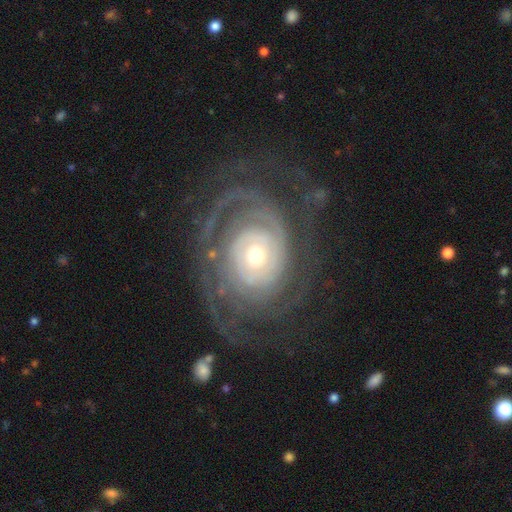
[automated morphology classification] This is clearly a featured or disk galaxy (89%). It is clearly not viewed edge-on (97%). Bar: likely no (77%). Spiral arm pattern: clearly yes (96%). Spiral arm count: marginally can't tell (30%). Spiral winding: likely tight (77%). Central bulge: possibly moderate (56%). Merging: likely none (69%).